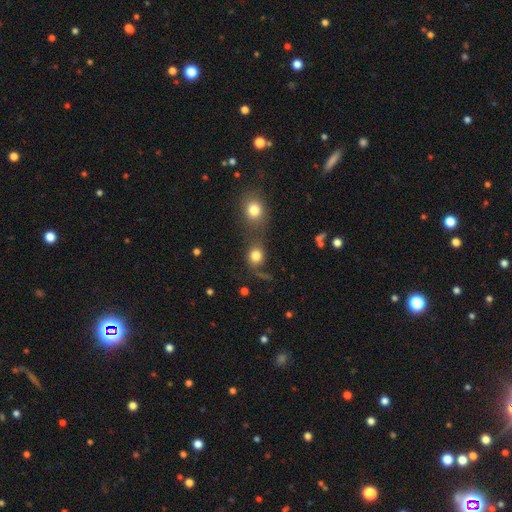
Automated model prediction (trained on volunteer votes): This is likely a smooth galaxy (78%). How rounded: likely round (74%). Merging: marginally none (40%).